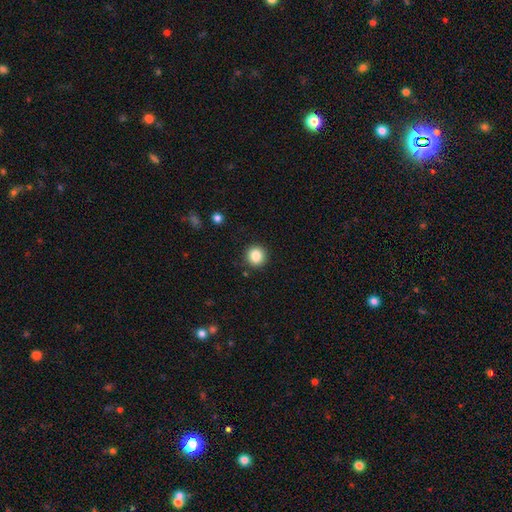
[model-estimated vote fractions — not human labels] This appears to be a smooth galaxy with no disk features (85%) that is round (92%). Merging: none (90%).